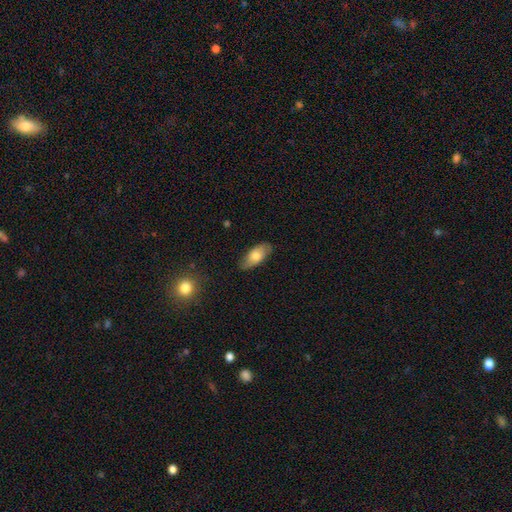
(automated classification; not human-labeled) Smooth or featured? Predicted: smooth (p=0.69). How rounded? Predicted: in between (p=0.85). Merging? Predicted: none (p=0.79).